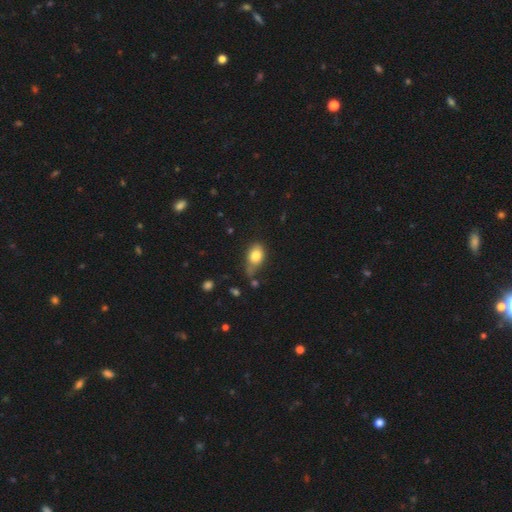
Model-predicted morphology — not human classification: A smooth galaxy with no disk features (80%) that is in between round and cigar-shaped (78%).

Vote fractions:
- Smooth or featured? smooth: 80% / featured or disk: 12% / star or artifact: 9%
- How rounded? in between: 78% / round: 19% / cigar-shaped: 2%
- Merging? none: 48% / minor disturbance: 31% / major disturbance: 11% / merger: 10%